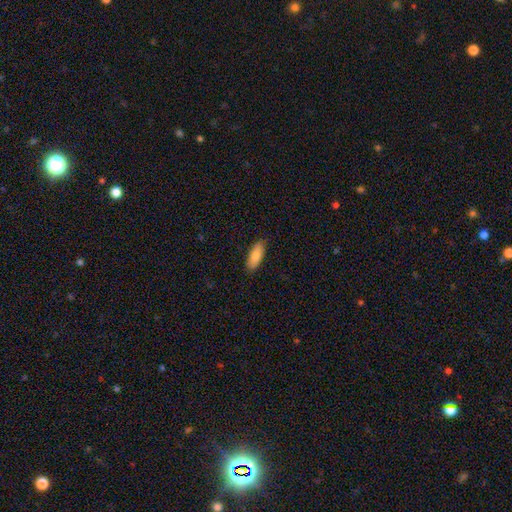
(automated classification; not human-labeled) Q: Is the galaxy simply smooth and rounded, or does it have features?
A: smooth — 82%.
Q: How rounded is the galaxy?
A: in between — 75%.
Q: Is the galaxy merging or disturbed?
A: none — 87%.